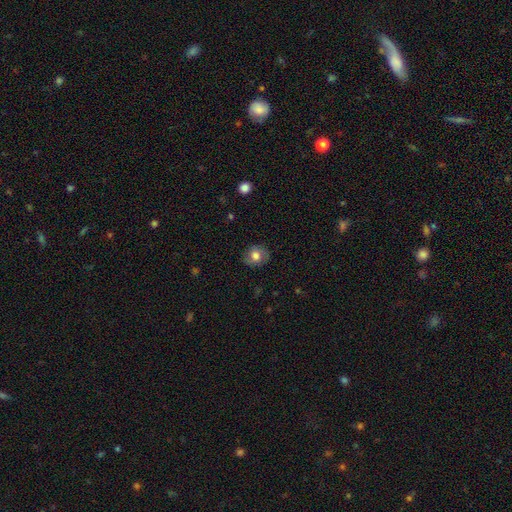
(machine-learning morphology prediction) A smooth galaxy with no disk features (66%) that is round (73%). Merging: none (81%).